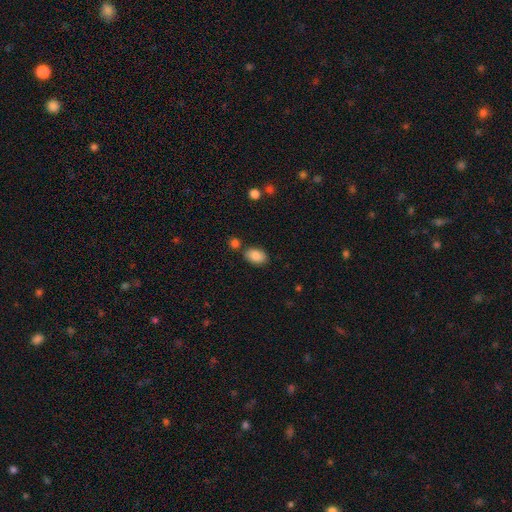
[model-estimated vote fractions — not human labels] Smooth or featured? smooth (87%)
How rounded? in between (88%)
Merging? none (77%)